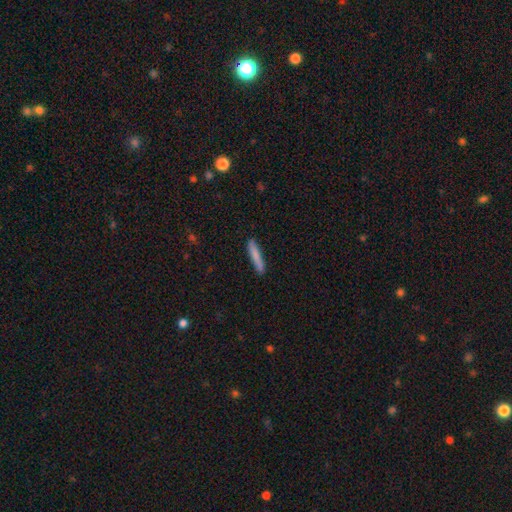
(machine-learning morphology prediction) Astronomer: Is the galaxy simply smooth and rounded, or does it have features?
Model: smooth — 82%.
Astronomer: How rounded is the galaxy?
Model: cigar-shaped — 92%.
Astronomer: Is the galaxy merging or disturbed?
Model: none — 87%.